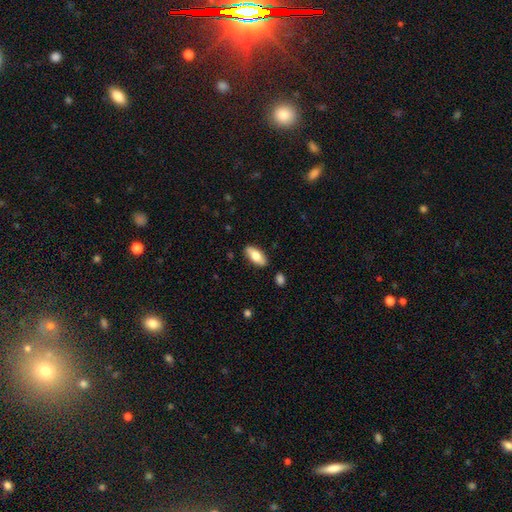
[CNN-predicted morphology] Smooth or featured? Predicted: smooth (p=0.76). How rounded? Predicted: in between (p=0.86). Merging? Predicted: none (p=0.87).